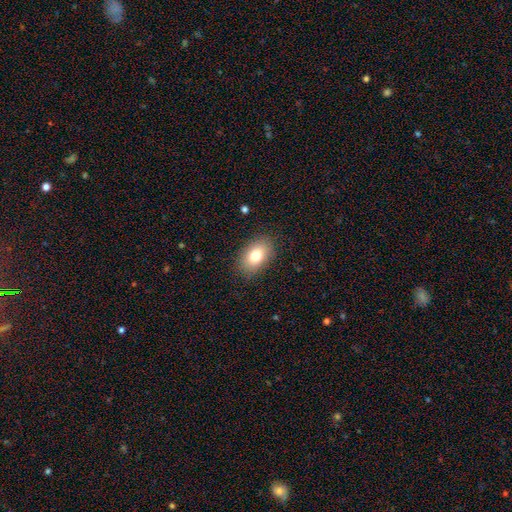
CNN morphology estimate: Smooth or featured?
  - smooth: 80% *
  - featured or disk: 12%
  - star or artifact: 8%
How rounded?
  - in between: 90% *
  - round: 8%
  - cigar-shaped: 2%
Merging?
  - none: 85% *
  - minor disturbance: 11%
  - major disturbance: 3%
  - merger: 1%